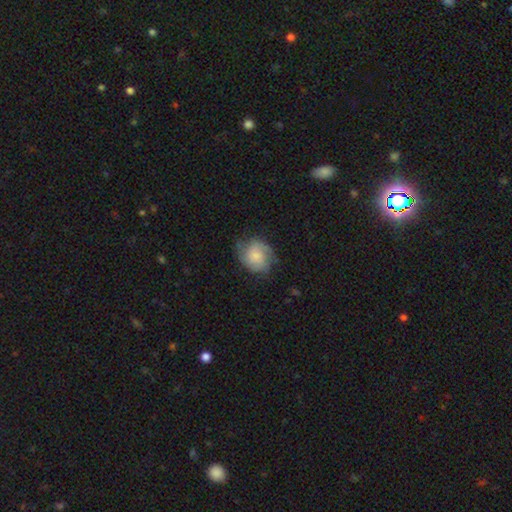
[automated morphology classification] smooth-or-featured: featured or disk: 47% | smooth: 45% | star or artifact: 8%
  merging: none: 64% | minor disturbance: 24% | major disturbance: 10% | merger: 1%